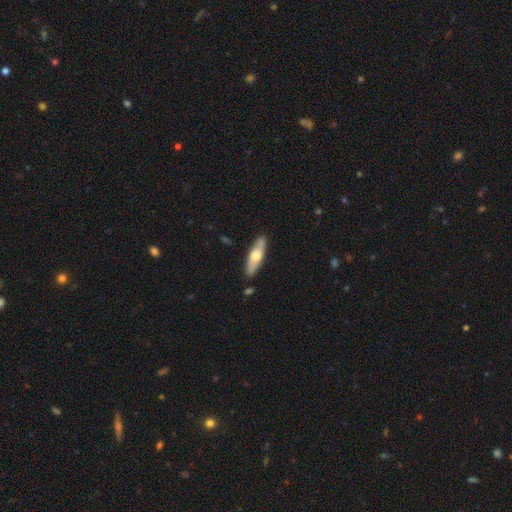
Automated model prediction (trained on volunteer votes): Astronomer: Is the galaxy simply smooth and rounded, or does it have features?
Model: smooth — 53% (runner-up: featured or disk, 42%).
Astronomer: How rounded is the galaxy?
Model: cigar-shaped — 58% (runner-up: in between, 40%).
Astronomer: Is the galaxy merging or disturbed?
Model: none — 85%.